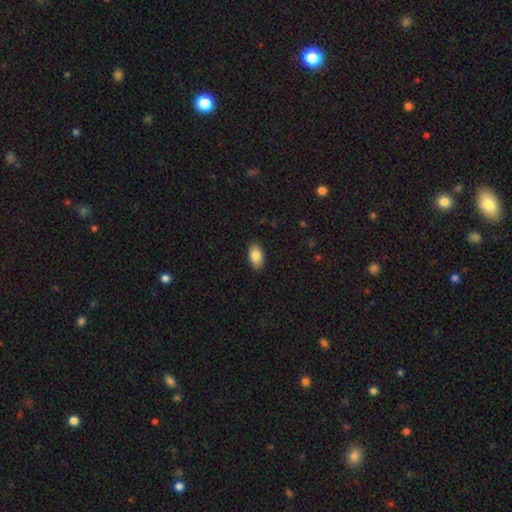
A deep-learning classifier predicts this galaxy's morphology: Overall: smooth (85%). How rounded: in between (94%). Merging: none (89%).